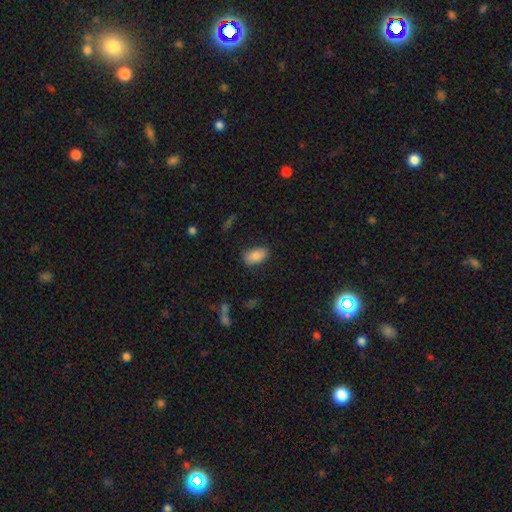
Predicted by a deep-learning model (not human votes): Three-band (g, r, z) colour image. It shows a smooth galaxy with no disk features (85%) that is in between round and cigar-shaped (93%). Merging: none (81%).